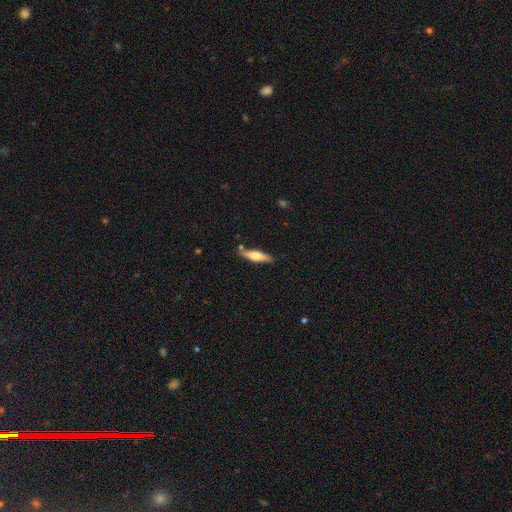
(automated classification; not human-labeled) Smooth or featured? smooth (49%)
Merging? none (82%)